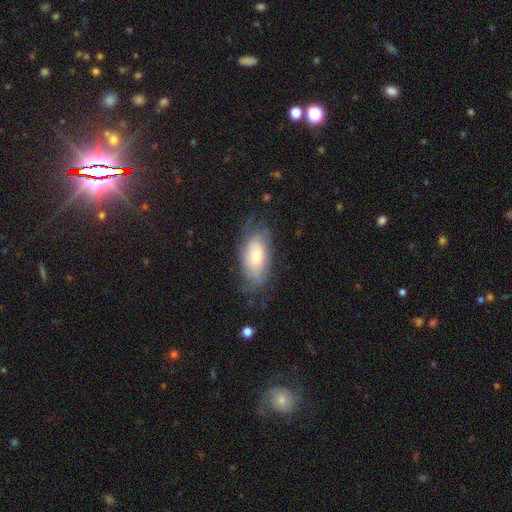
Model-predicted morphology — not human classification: Smooth or featured? smooth (50%)
How rounded? in between (88%)
Merging? none (59%)